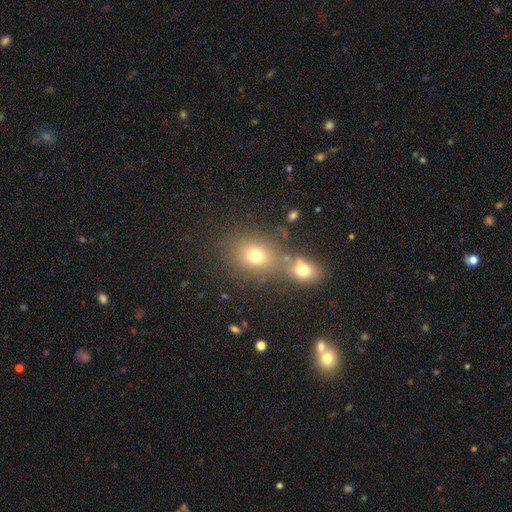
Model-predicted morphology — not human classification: This appears to be a smooth galaxy with no disk features (72%) that is round (60%). Merging: none (52%).